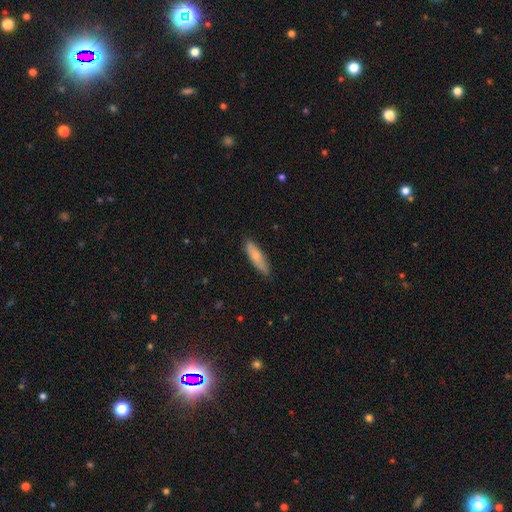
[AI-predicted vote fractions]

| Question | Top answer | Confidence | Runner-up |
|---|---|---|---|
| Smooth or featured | smooth | 76% | featured or disk (18%) |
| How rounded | cigar-shaped | 67% | in between (31%) |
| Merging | none | 83% | minor disturbance (13%) |